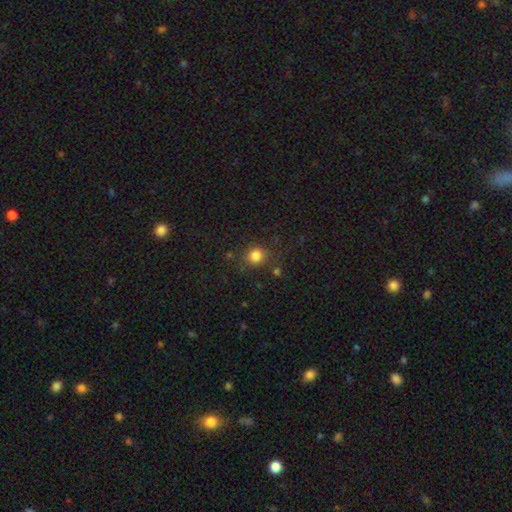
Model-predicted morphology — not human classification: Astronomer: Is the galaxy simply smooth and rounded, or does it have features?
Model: smooth — 83%.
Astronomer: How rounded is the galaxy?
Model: round — 85%.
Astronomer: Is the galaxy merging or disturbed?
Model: none — 80%.